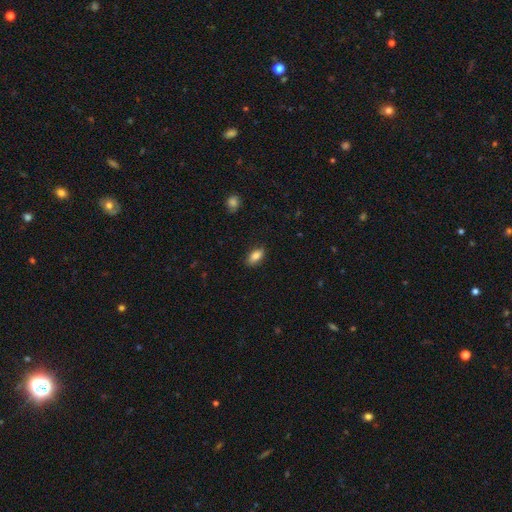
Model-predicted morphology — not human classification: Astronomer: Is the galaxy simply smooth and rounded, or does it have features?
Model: smooth — 85%.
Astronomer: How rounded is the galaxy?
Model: in between — 89%.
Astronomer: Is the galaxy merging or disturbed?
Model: none — 84%.